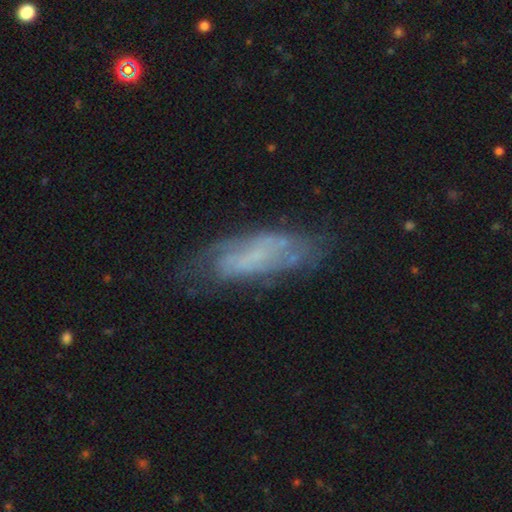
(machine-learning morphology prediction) A featured or disk galaxy (55%). Merging: none (57%).